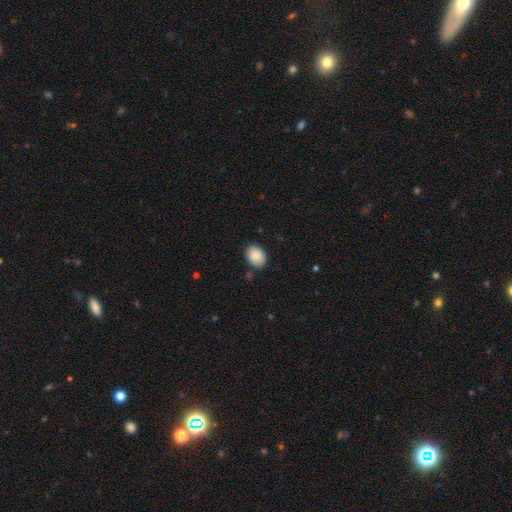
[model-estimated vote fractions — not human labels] A smooth galaxy with no disk features (87%) that is in between round and cigar-shaped (65%). Merging: none (84%).